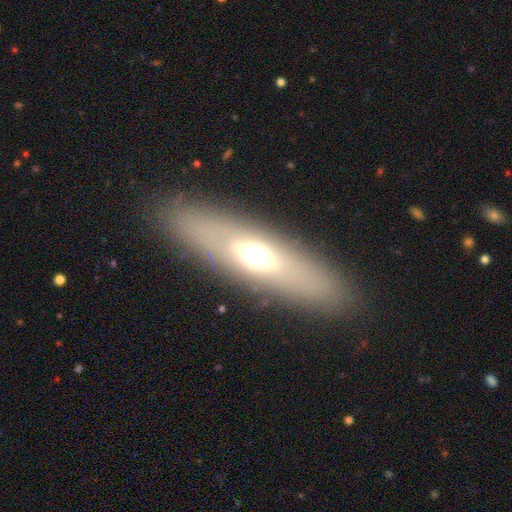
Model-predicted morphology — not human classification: smooth_or_featured: smooth (p=0.50) [alt: featured or disk p=0.40]
how_rounded: cigar-shaped (p=0.55) [alt: in between p=0.42]
merging: none (p=0.87) [alt: minor disturbance p=0.08]